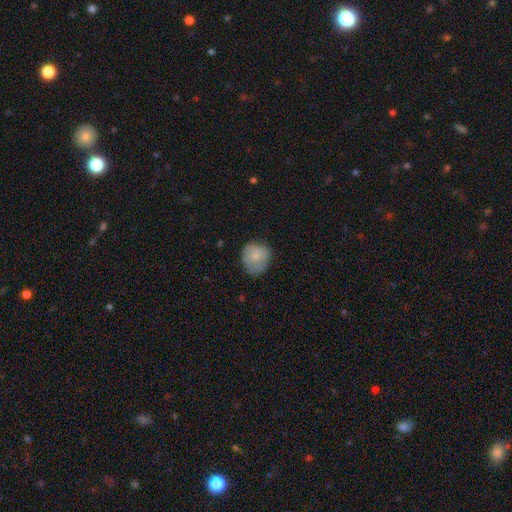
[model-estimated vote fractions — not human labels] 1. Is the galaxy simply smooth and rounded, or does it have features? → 79% smooth, 13% featured or disk, 7% star or artifact.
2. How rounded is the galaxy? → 83% round, 16% in between, 1% cigar-shaped.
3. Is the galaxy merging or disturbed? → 67% none, 25% minor disturbance, 7% major disturbance, 1% merger.